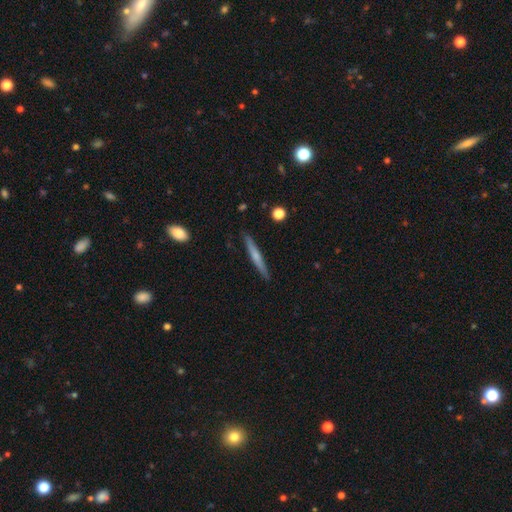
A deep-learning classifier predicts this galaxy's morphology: This is possibly a smooth galaxy (48%). Merging: clearly none (90%).